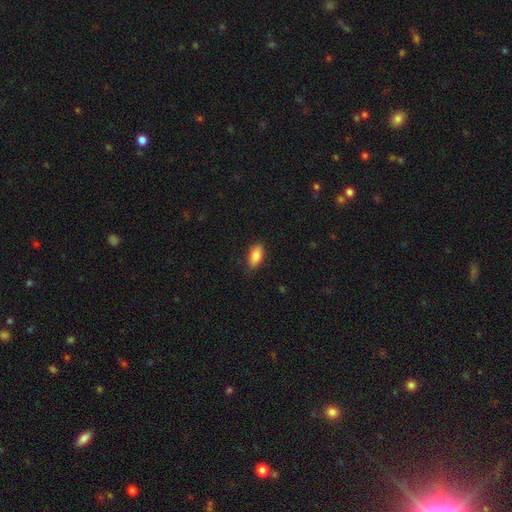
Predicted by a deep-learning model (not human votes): A smooth galaxy with no disk features (86%) that is in between round and cigar-shaped (90%).

Vote fractions:
- Smooth or featured? smooth: 86% / star or artifact: 7% / featured or disk: 7%
- How rounded? in between: 90% / cigar-shaped: 7% / round: 3%
- Merging? none: 84% / minor disturbance: 12% / major disturbance: 3% / merger: 1%